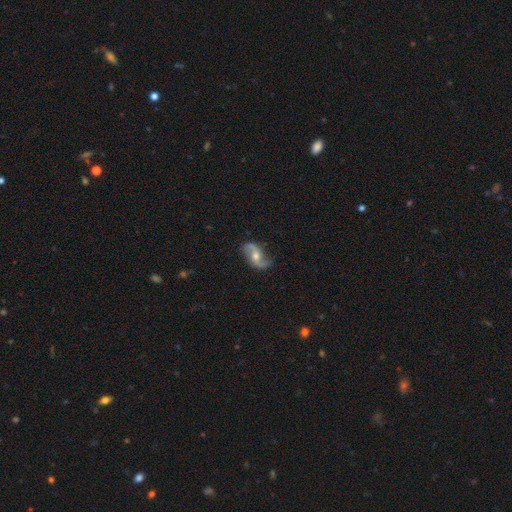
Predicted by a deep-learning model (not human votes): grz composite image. It shows a featured or disk galaxy (85%) with no bar (54%), 2 (93%) loose (72%) spiral arms (95%) and a moderate central bulge (68%). Merging: none (81%).